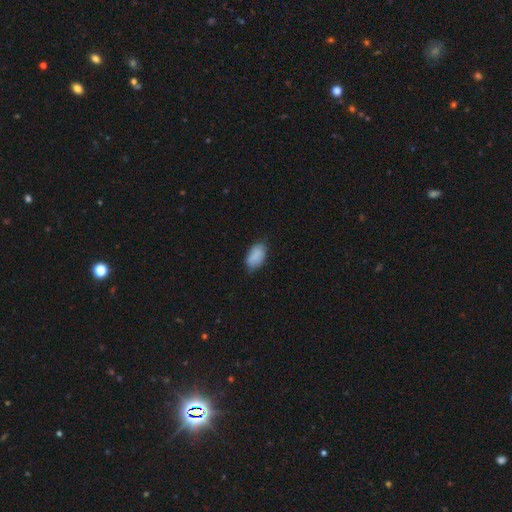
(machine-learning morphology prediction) Q: Smooth or featured?
A: smooth (86%); runner-up: star or artifact (7%)
Q: How rounded?
A: in between (92%); runner-up: round (5%)
Q: Merging?
A: none (70%); runner-up: minor disturbance (24%)